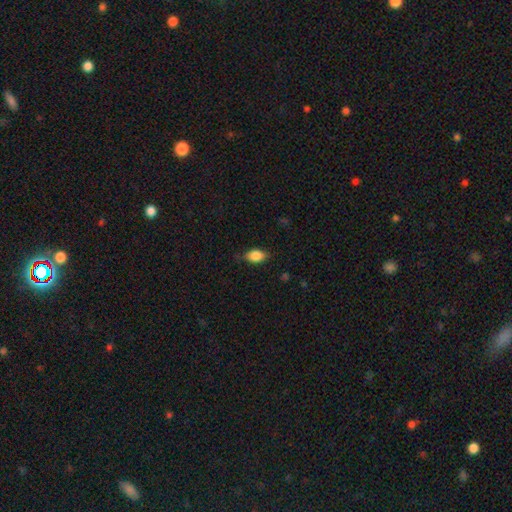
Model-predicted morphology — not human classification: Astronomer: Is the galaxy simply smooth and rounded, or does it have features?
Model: smooth — 82%.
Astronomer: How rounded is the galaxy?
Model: in between — 84%.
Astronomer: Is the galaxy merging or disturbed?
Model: none — 75%.